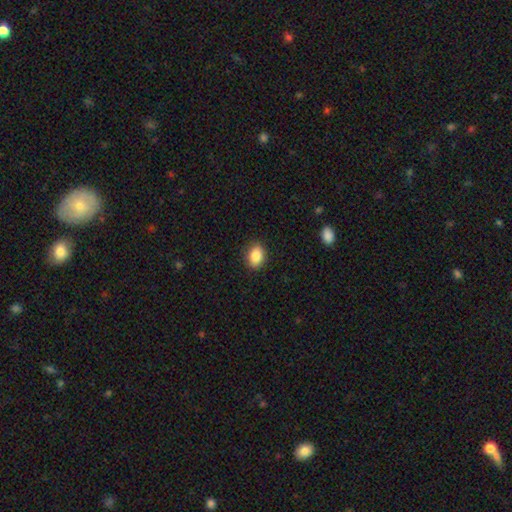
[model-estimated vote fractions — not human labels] smooth 87%, star or artifact 8%, featured or disk 5%. Down the decision tree: how rounded — in between (69%); merging — none (87%).